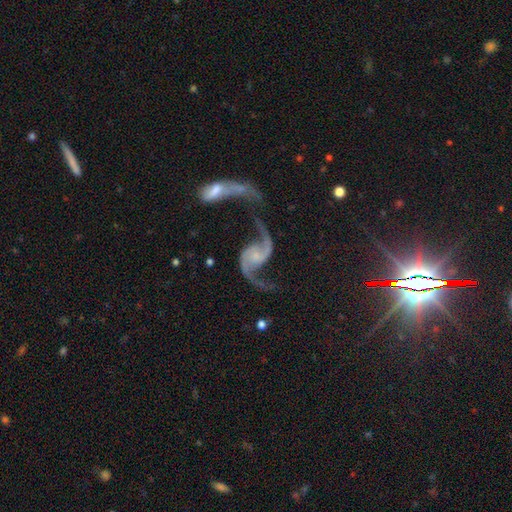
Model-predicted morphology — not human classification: The model was most divided on "bulge size": small: 47%, none: 29%, moderate: 17%, large: 4%, dominant: 2%. More confident: spiral arms — yes (98%); edge-on disk — no (98%); spiral arm count — 2 (94%); smooth or featured — featured or disk (93%); spiral winding — loose (78%); bar — no (63%); merging — none (51%).